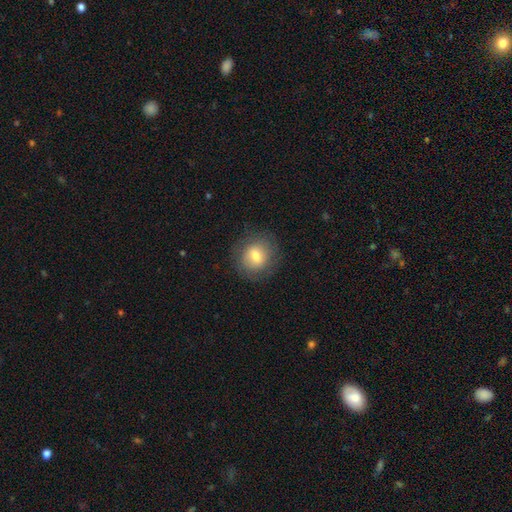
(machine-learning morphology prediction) Overall: smooth (68%). How rounded: round (79%). Merging: none (81%).